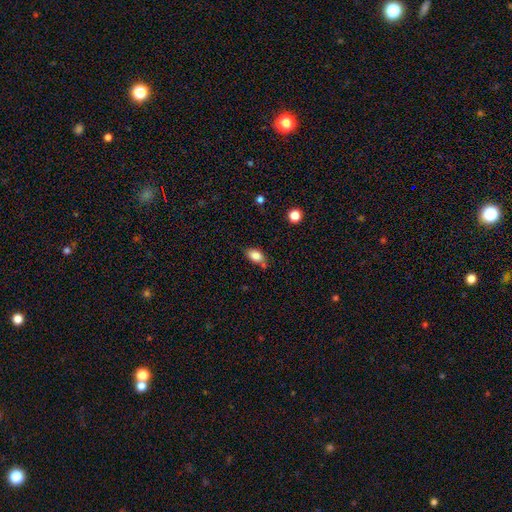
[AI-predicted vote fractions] A smooth galaxy with no disk features (84%) that is in between round and cigar-shaped (88%).

Vote fractions:
- Smooth or featured? smooth: 84% / star or artifact: 9% / featured or disk: 8%
- How rounded? in between: 88% / round: 10% / cigar-shaped: 3%
- Merging? none: 62% / minor disturbance: 21% / merger: 12% / major disturbance: 5%